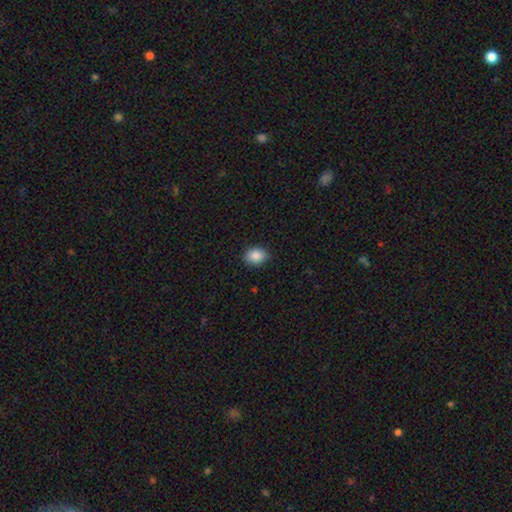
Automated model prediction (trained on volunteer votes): Smooth or featured? Predicted: smooth (p=0.89). How rounded? Predicted: in between (p=0.63). Merging? Predicted: none (p=0.89).